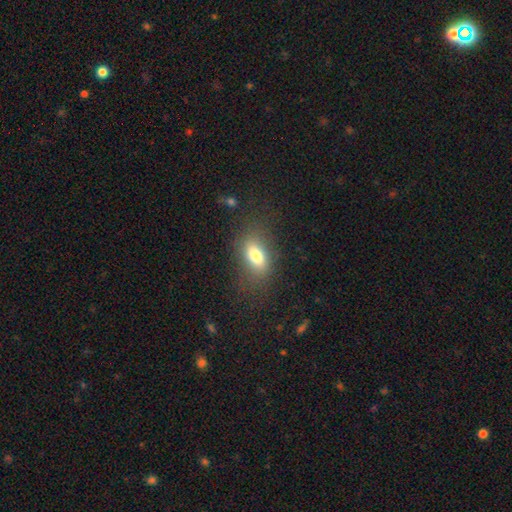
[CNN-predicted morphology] Smooth or featured?
  - smooth: 76% *
  - featured or disk: 14%
  - star or artifact: 10%
How rounded?
  - in between: 85% *
  - round: 10%
  - cigar-shaped: 5%
Merging?
  - none: 74% *
  - minor disturbance: 15%
  - major disturbance: 9%
  - merger: 2%